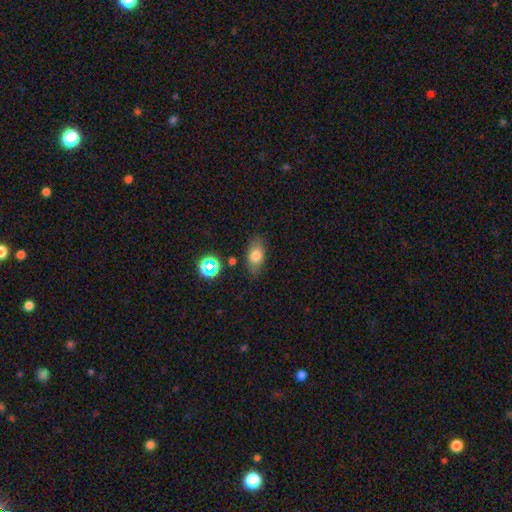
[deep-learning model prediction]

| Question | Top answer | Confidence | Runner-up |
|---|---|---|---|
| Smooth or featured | smooth | 74% | featured or disk (15%) |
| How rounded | in between | 84% | round (11%) |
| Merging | none | 79% | minor disturbance (14%) |